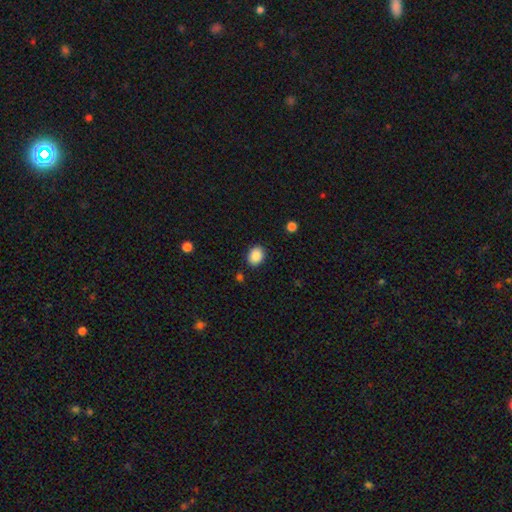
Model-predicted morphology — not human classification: Smooth or featured: smooth — 89% (star or artifact — 8%)
How rounded: in between — 63% (round — 36%)
Merging: none — 86% (minor disturbance — 9%)